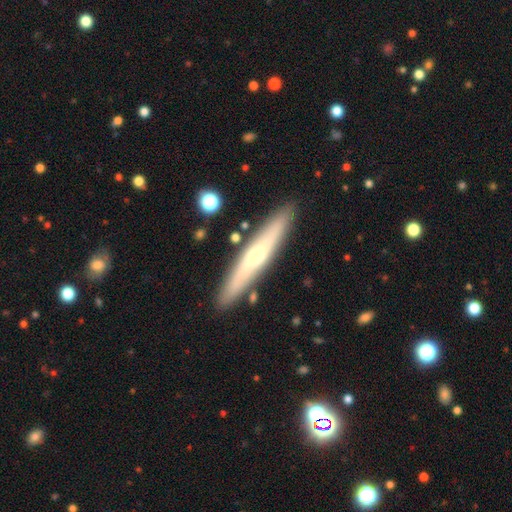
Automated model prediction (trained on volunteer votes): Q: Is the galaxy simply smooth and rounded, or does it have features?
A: featured or disk — 54%.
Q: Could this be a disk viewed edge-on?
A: yes — 85%.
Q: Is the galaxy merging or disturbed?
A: none — 87%.